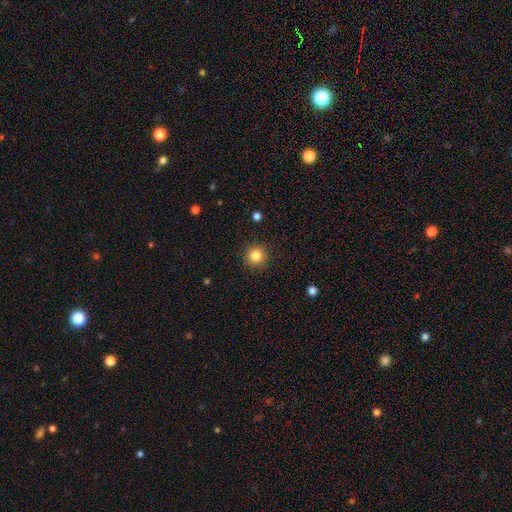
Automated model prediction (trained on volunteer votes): smooth 84%, star or artifact 11%, featured or disk 5%. Down the decision tree: how rounded — round (95%); merging — none (91%).